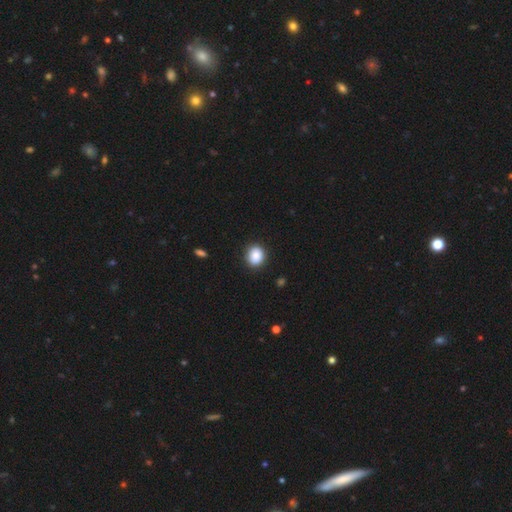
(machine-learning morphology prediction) type=smooth (88%); roundness=round (68%); merging=none (87%).